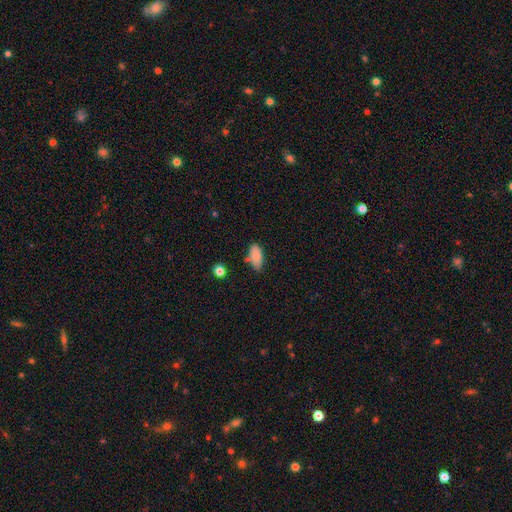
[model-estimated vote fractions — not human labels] smooth 84%, star or artifact 8%, featured or disk 8%. Down the decision tree: how rounded — in between (88%); merging — none (61%).